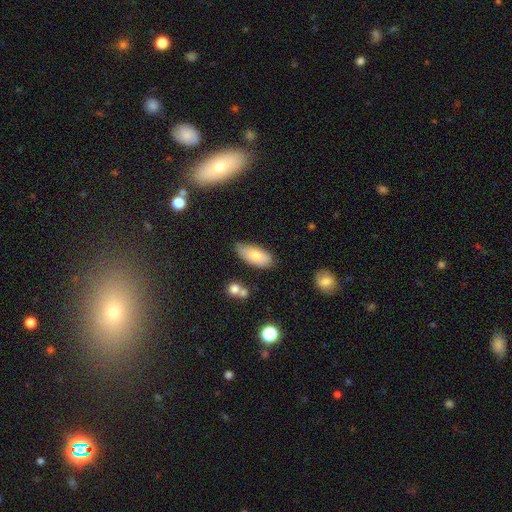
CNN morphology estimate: A smooth galaxy with no disk features (78%) that is in between round and cigar-shaped (88%).

Vote fractions:
- Smooth or featured? smooth: 78% / featured or disk: 15% / star or artifact: 7%
- How rounded? in between: 88% / cigar-shaped: 9% / round: 2%
- Merging? none: 70% / minor disturbance: 22% / merger: 4% / major disturbance: 4%